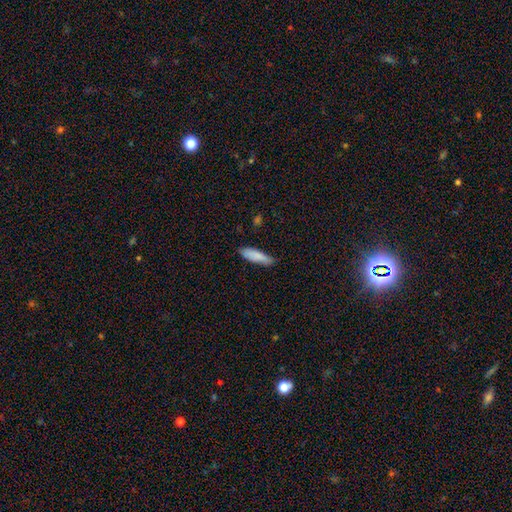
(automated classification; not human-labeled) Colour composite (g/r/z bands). It shows a smooth galaxy with no disk features (85%) that is cigar-shaped (59%). Merging: none (73%).